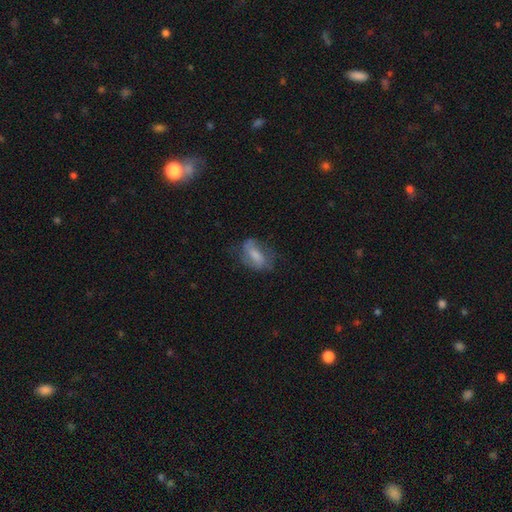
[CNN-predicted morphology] Smooth or featured: smooth — 51% (featured or disk — 41%)
How rounded: in between — 82% (cigar-shaped — 10%)
Merging: none — 56% (minor disturbance — 26%)